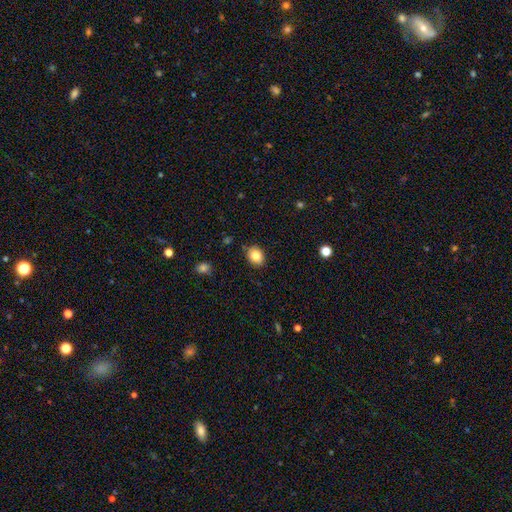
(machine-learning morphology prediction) Overall: smooth (83%). How rounded: in between (55%; round 44%). Merging: none (83%).